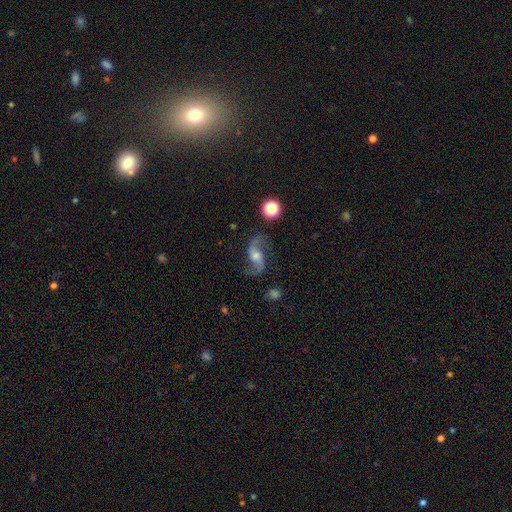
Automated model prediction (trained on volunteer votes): Smooth or featured?
  - featured or disk: 86% *
  - smooth: 7%
  - star or artifact: 7%
Edge-on disk?
  - no: 97% *
  - yes: 3%
Bar?
  - no: 48% *
  - weak: 37%
  - strong: 15%
Spiral arms?
  - yes: 96% *
  - no: 4%
Spiral winding?
  - loose: 77% *
  - medium: 19%
  - tight: 4%
Spiral arm count?
  - 2: 94% *
  - 1: 2%
  - can't tell: 2%
  - 3: 1%
  - 4: 1%
  - more than 4: 1%
Bulge size?
  - moderate: 53% *
  - small: 28%
  - large: 11%
  - none: 6%
  - dominant: 2%
Merging?
  - none: 77% *
  - minor disturbance: 13%
  - major disturbance: 7%
  - merger: 2%